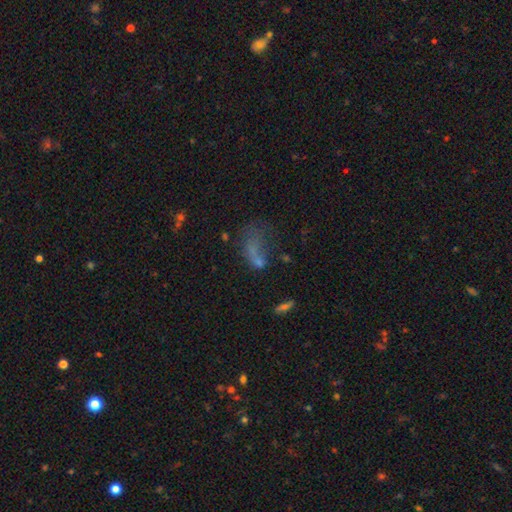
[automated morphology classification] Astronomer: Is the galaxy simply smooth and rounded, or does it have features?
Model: smooth — 52% (runner-up: featured or disk, 29%).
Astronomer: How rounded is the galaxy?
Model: in between — 76%.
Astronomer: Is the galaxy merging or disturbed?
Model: major disturbance — 45% (runner-up: none, 25%).